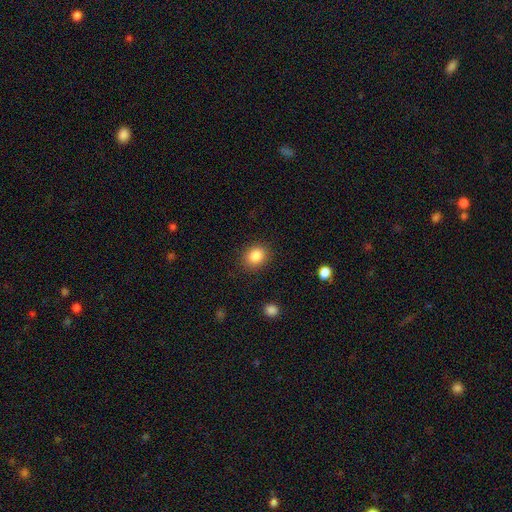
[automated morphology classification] Overall: smooth (85%). How rounded: round (65%; in between 34%). Merging: none (88%).